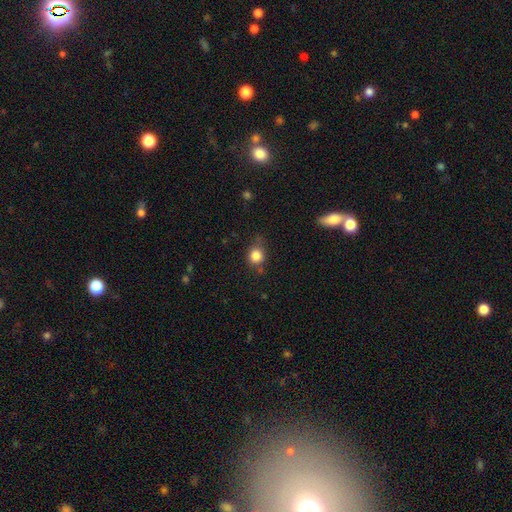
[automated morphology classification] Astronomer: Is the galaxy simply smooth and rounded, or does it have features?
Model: smooth — 83%.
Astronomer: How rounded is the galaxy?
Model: round — 79%.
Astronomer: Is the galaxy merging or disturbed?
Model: none — 67%.